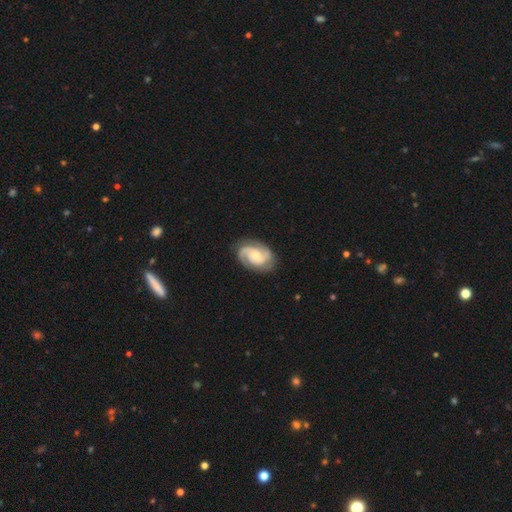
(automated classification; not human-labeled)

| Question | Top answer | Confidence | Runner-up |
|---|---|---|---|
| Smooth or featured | featured or disk | 87% | smooth (9%) |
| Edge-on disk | no | 98% | yes (2%) |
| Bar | no | 60% | weak (32%) |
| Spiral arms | yes | 98% | no (2%) |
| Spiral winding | medium | 47% | tight (43%) |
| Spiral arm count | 2 | 63% | 3 (22%) |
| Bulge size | small | 52% | moderate (39%) |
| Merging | none | 80% | minor disturbance (14%) |